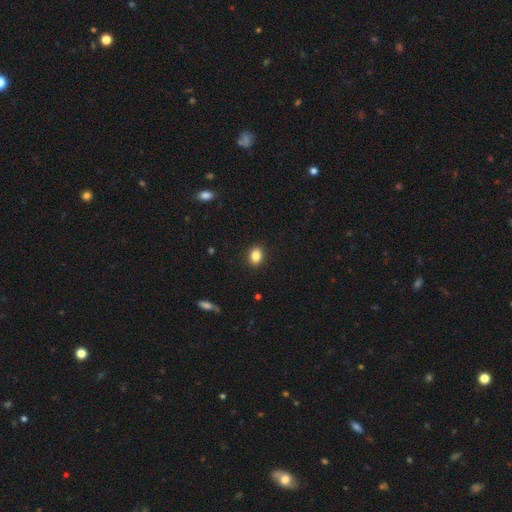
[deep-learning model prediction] A smooth galaxy with no disk features (85%) that is in between round and cigar-shaped (65%).

Vote fractions:
- Smooth or featured? smooth: 85% / star or artifact: 9% / featured or disk: 6%
- How rounded? in between: 65% / round: 34% / cigar-shaped: 1%
- Merging? none: 90% / minor disturbance: 7% / major disturbance: 2% / merger: 1%